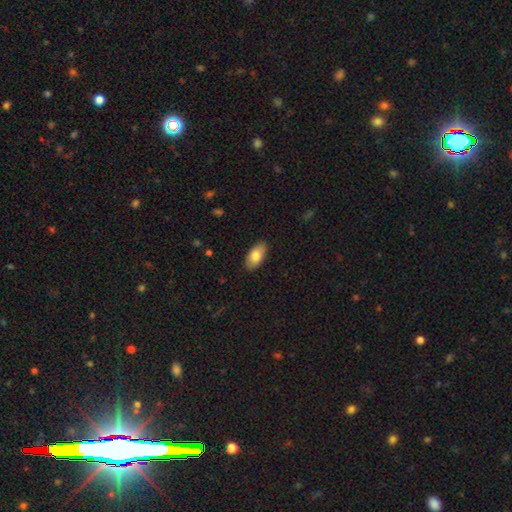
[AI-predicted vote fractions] Smooth or featured? Predicted: smooth (p=0.81). How rounded? Predicted: in between (p=0.93). Merging? Predicted: none (p=0.88).